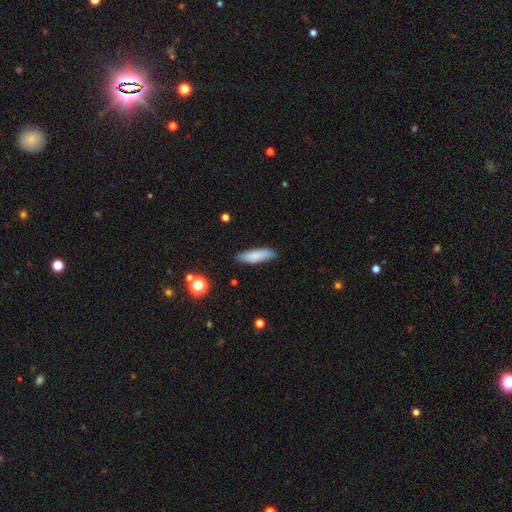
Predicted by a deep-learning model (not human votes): Morphology: type=smooth (84%); roundness=cigar-shaped (61%); merging=none (85%).